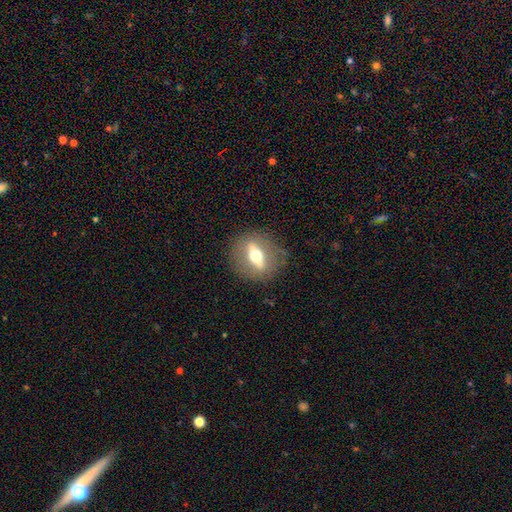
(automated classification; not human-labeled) Smooth or featured? featured or disk (64%)
Edge-on disk? yes (53%)
Merging? none (82%)